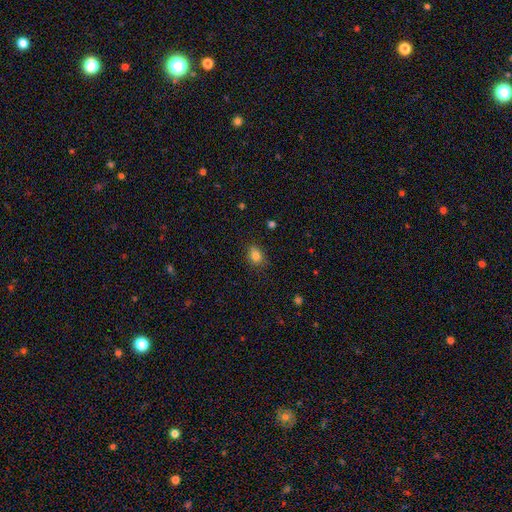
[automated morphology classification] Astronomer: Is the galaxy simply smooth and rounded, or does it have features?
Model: smooth — 83%.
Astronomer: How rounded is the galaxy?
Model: in between — 51% (runner-up: round, 47%).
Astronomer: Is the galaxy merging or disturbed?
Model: none — 80%.